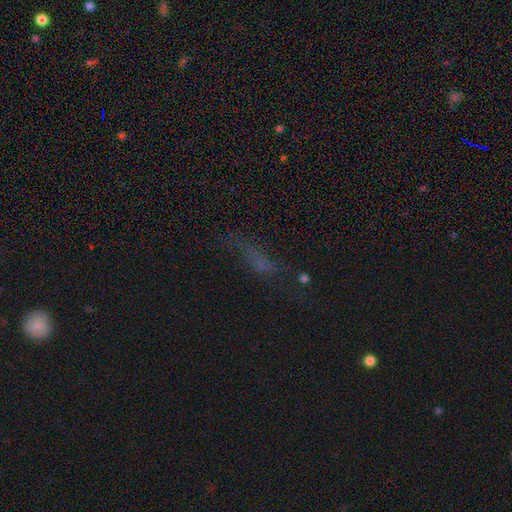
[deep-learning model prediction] Smooth or featured? star or artifact (41%)